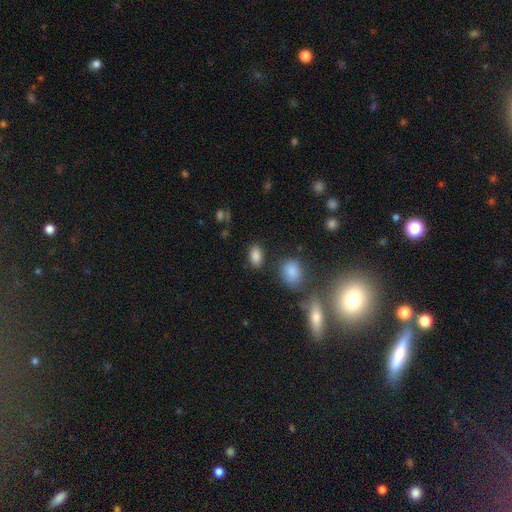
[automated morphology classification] A smooth galaxy with no disk features (86%) that is in between round and cigar-shaped (88%). Merging: none (82%).